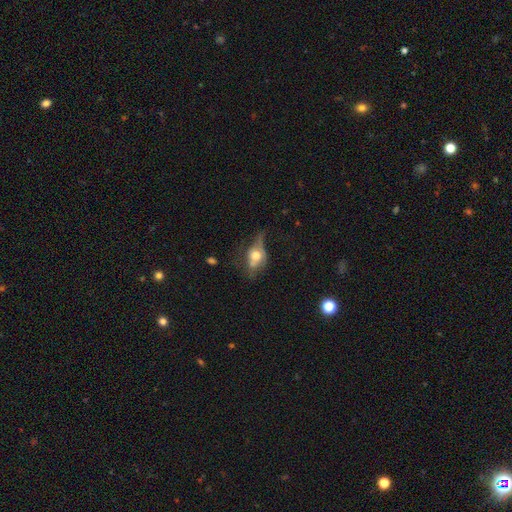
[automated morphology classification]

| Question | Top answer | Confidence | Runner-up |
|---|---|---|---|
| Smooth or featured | smooth | 47% | featured or disk (42%) |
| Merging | none | 34% | major disturbance (31%) |